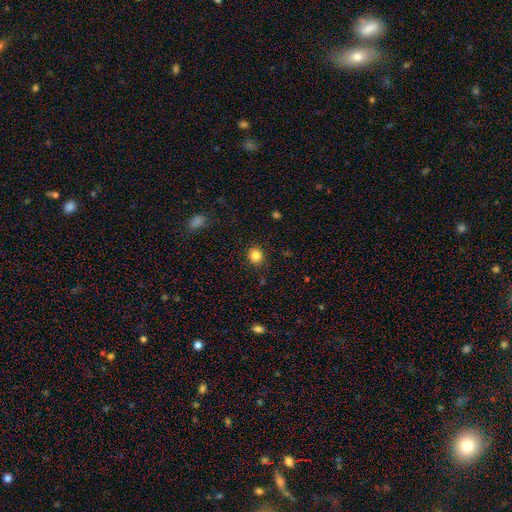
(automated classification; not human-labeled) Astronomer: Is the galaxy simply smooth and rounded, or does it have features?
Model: smooth — 85%.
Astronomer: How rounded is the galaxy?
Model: round — 79%.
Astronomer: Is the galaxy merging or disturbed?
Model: none — 88%.